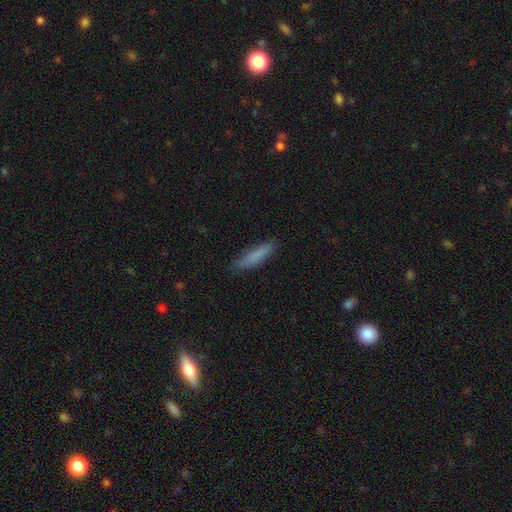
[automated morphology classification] Smooth or featured: smooth — 82% (featured or disk — 10%)
How rounded: cigar-shaped — 80% (in between — 19%)
Merging: none — 85% (minor disturbance — 12%)